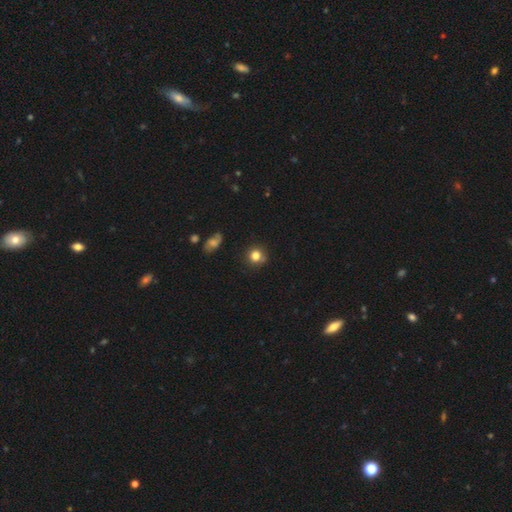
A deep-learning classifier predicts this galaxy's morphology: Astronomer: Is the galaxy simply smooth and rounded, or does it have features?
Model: smooth — 81%.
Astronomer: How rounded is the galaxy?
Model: round — 88%.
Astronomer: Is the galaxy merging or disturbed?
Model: none — 78%.